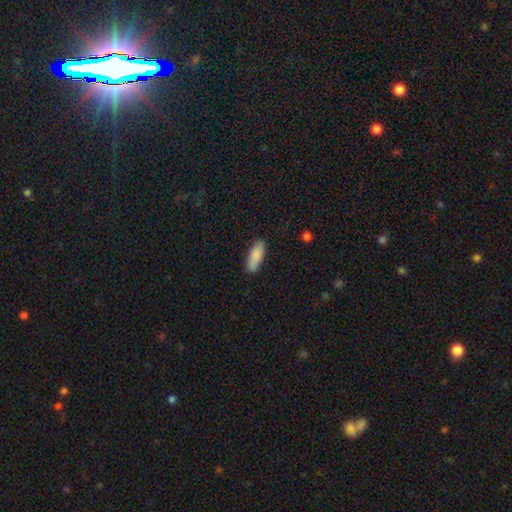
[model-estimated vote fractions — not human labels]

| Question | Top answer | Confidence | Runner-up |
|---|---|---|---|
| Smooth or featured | smooth | 88% | featured or disk (7%) |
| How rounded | in between | 69% | cigar-shaped (30%) |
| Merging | none | 85% | minor disturbance (12%) |